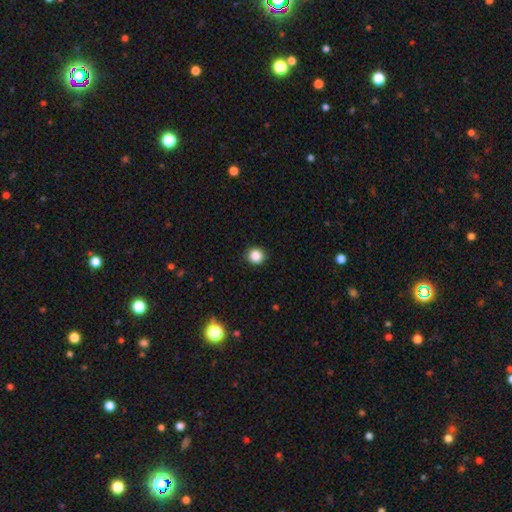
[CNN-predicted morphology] Smooth or featured?
  - smooth: 86% *
  - star or artifact: 11%
  - featured or disk: 3%
How rounded?
  - round: 92% *
  - in between: 7%
  - cigar-shaped: 1%
Merging?
  - none: 91% *
  - minor disturbance: 6%
  - major disturbance: 2%
  - merger: 1%